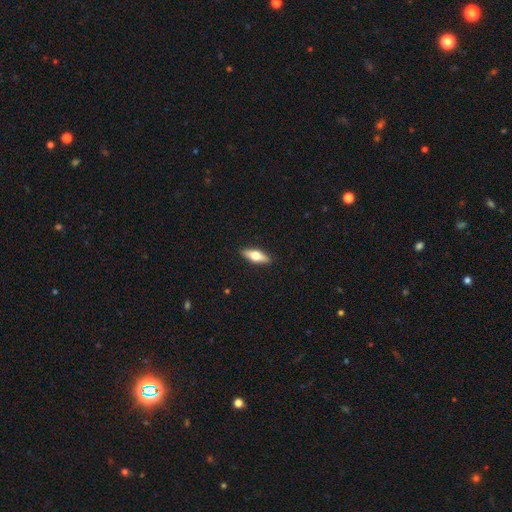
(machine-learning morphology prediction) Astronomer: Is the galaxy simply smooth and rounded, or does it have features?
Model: smooth — 53% (runner-up: featured or disk, 41%).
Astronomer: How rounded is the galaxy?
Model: in between — 60% (runner-up: cigar-shaped, 37%).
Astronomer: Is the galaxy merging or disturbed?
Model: none — 90%.